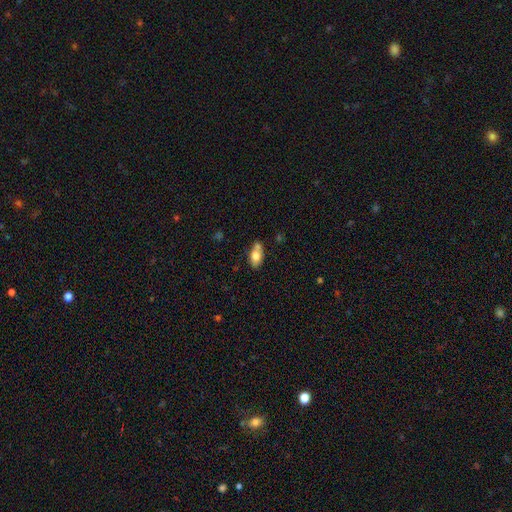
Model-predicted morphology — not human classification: type=smooth (75%); roundness=in between (86%); merging=none (51%).